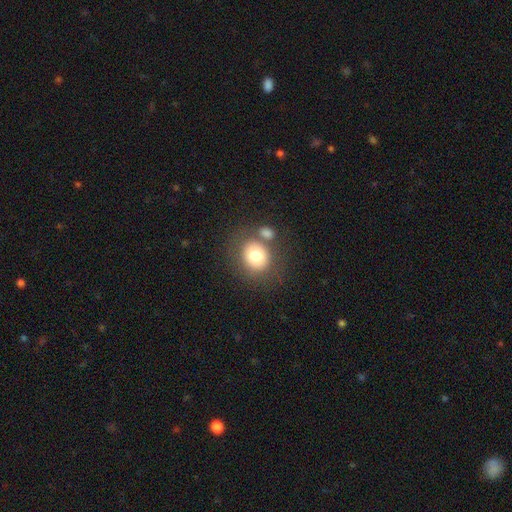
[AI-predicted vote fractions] Smooth or featured? Predicted: smooth (p=0.76). How rounded? Predicted: round (p=0.74). Merging? Predicted: none (p=0.63).